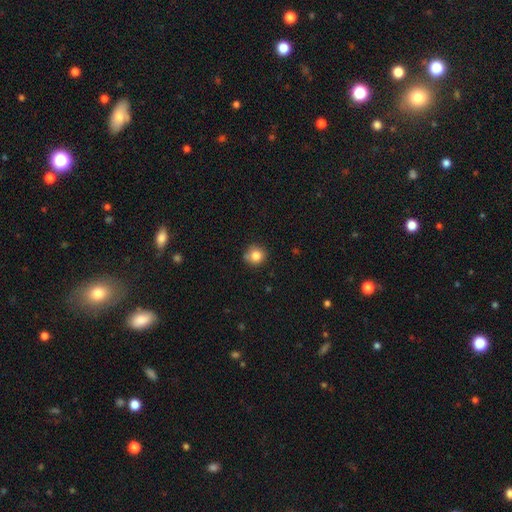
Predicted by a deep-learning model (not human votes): A smooth galaxy with no disk features (82%) that is round (91%). Merging: none (77%).